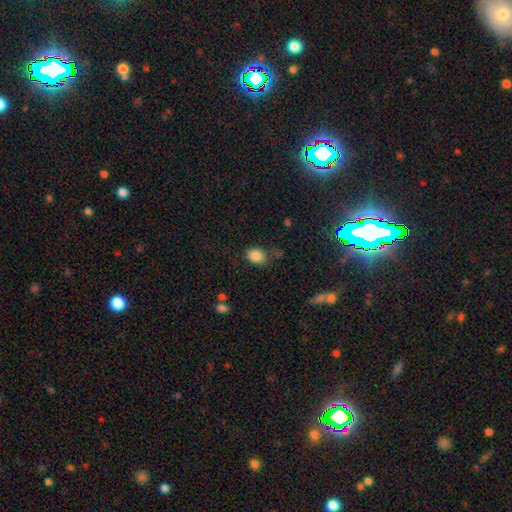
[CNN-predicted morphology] Smooth or featured? Predicted: smooth (p=0.85). How rounded? Predicted: in between (p=0.67). Merging? Predicted: none (p=0.60).